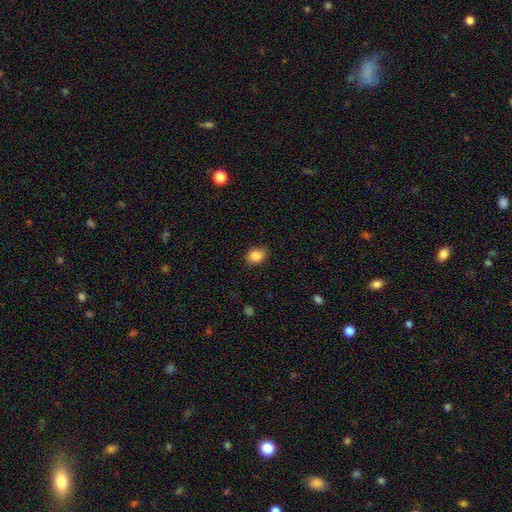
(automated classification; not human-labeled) The model was most divided on "how rounded": in between: 68%, round: 31%, cigar-shaped: 1%. More confident: smooth or featured — smooth (87%); merging — none (86%).